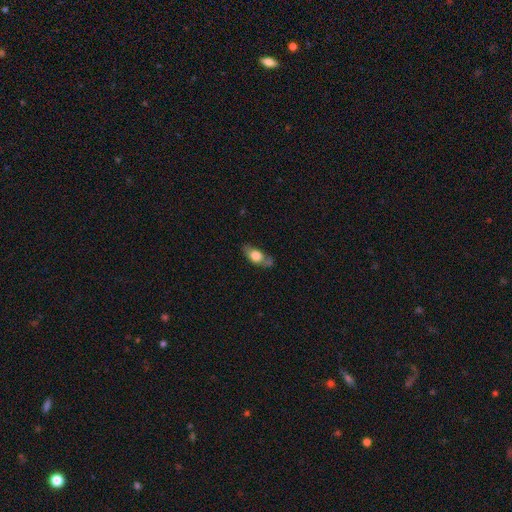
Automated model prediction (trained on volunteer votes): Smooth or featured? smooth (66%)
How rounded? in between (74%)
Merging? none (49%)